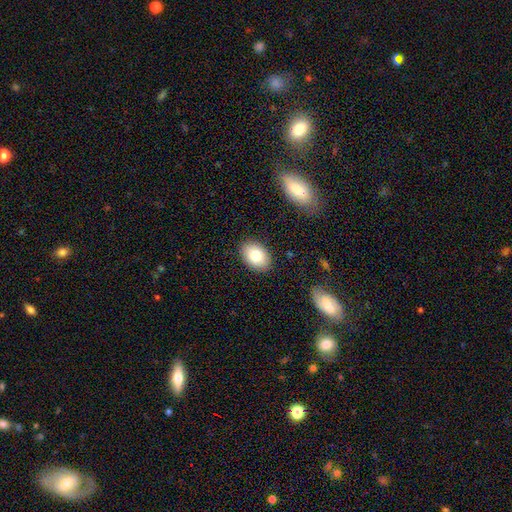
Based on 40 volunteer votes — smooth_or_featured: smooth (p=0.90) [alt: featured or disk p=0.05]
how_rounded: in between (p=0.89) [alt: round p=0.11]
merging: none (p=0.97) [alt: minor disturbance p=0.03]